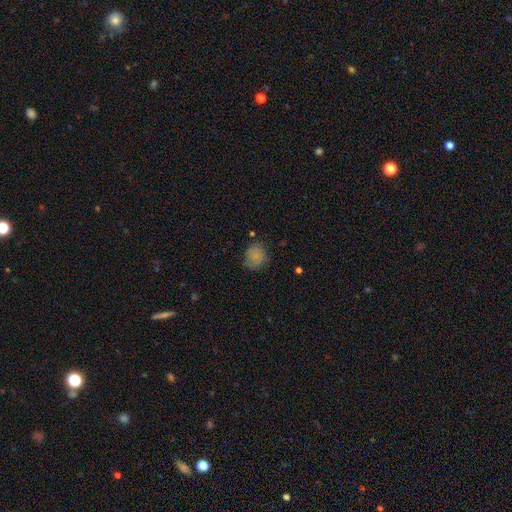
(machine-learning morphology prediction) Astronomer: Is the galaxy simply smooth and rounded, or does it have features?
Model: smooth — 77%.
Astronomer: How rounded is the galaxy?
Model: round — 81%.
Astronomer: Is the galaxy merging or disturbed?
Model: none — 67%.